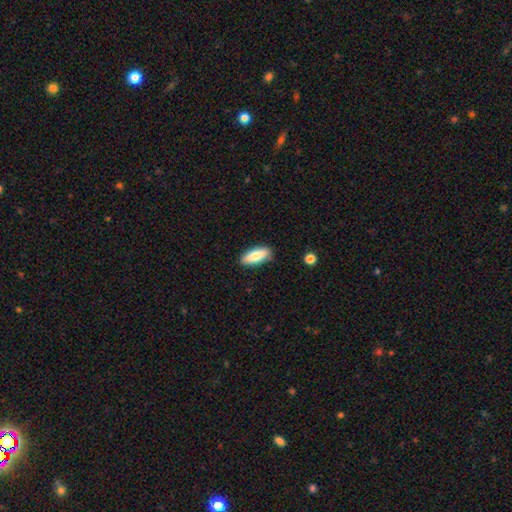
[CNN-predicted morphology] Smooth or featured? smooth (80%)
How rounded? in between (79%)
Merging? none (86%)